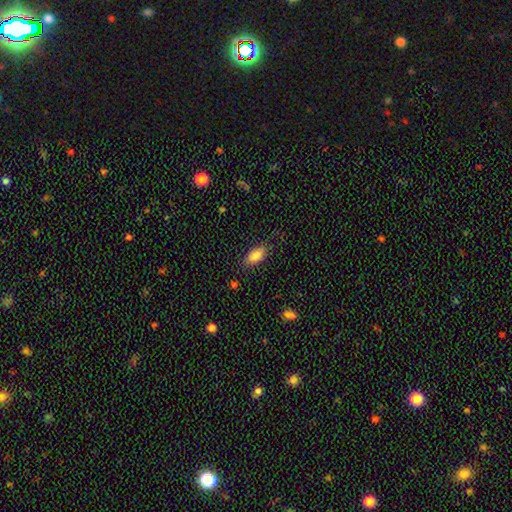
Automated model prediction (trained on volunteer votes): Smooth or featured? smooth (84%)
How rounded? in between (88%)
Merging? none (80%)